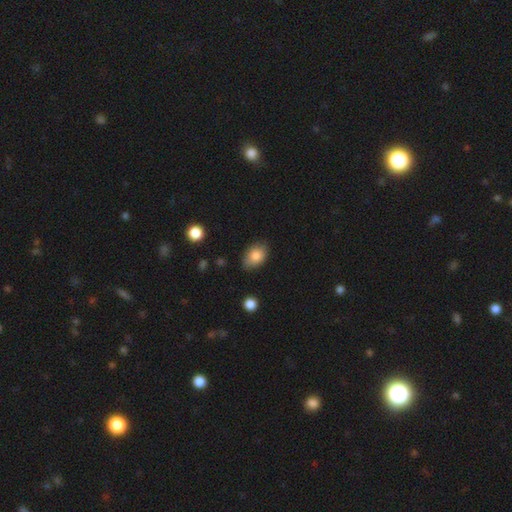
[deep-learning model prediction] smooth_or_featured: smooth (p=0.82) [alt: featured or disk p=0.10]
how_rounded: in between (p=0.85) [alt: round p=0.14]
merging: none (p=0.75) [alt: minor disturbance p=0.20]